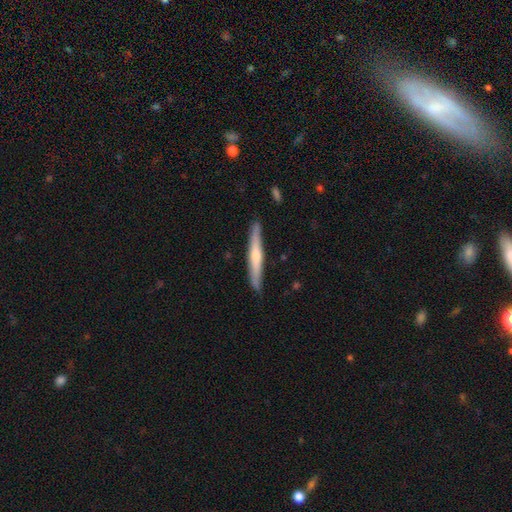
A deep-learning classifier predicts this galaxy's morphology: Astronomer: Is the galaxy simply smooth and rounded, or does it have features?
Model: featured or disk — 61%.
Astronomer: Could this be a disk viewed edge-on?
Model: yes — 96%.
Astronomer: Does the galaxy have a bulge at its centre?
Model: rounded — 78%.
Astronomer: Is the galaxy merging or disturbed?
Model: none — 89%.